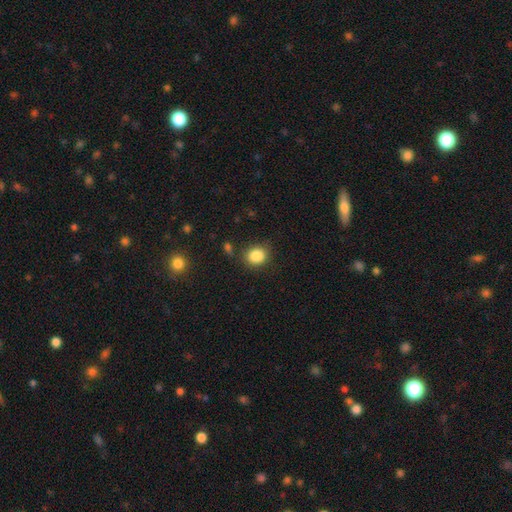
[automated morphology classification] smooth 86%, star or artifact 10%, featured or disk 5%. Down the decision tree: how rounded — round (64%); merging — none (75%).